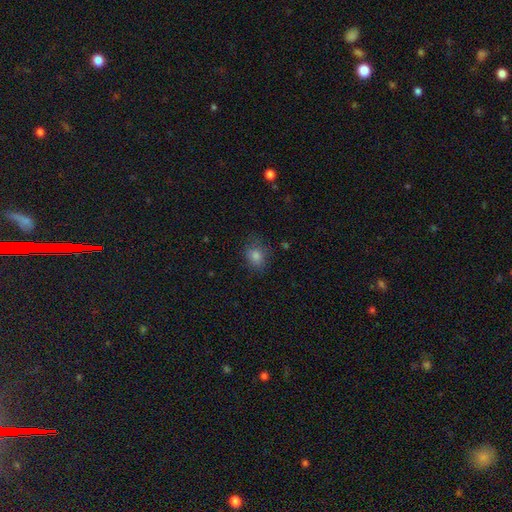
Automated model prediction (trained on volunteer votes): smooth_or_featured: smooth (p=0.77) [alt: star or artifact p=0.15]
how_rounded: round (p=0.60) [alt: in between p=0.39]
merging: none (p=0.78) [alt: minor disturbance p=0.16]